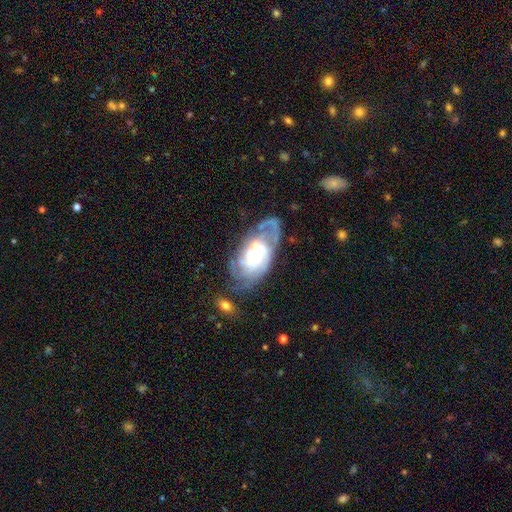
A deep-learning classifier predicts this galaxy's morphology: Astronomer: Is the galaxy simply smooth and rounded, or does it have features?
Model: featured or disk — 76%.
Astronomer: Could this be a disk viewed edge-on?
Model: no — 96%.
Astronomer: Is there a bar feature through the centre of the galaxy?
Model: no — 73%.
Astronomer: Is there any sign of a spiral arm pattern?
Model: yes — 83%.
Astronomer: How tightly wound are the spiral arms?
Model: tight — 49% (runner-up: medium, 34%).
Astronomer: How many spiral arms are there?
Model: can't tell — 45% (runner-up: 2, 22%).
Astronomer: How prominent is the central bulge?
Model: small — 38% (runner-up: moderate, 34%).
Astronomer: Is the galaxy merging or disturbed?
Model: none — 43% (runner-up: major disturbance, 23%).